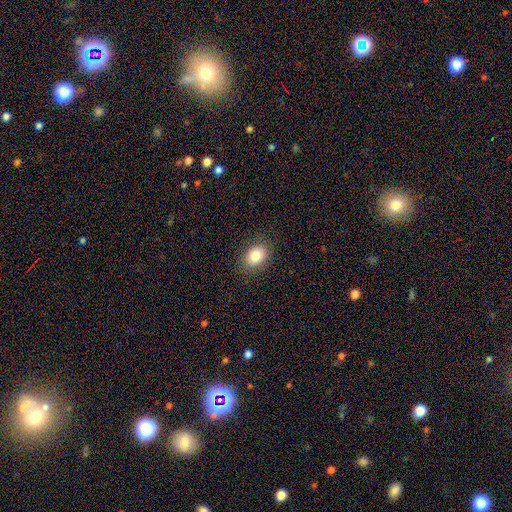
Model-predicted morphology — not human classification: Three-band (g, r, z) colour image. It shows a smooth galaxy with no disk features (82%) that is in between round and cigar-shaped (65%). Merging: none (86%).